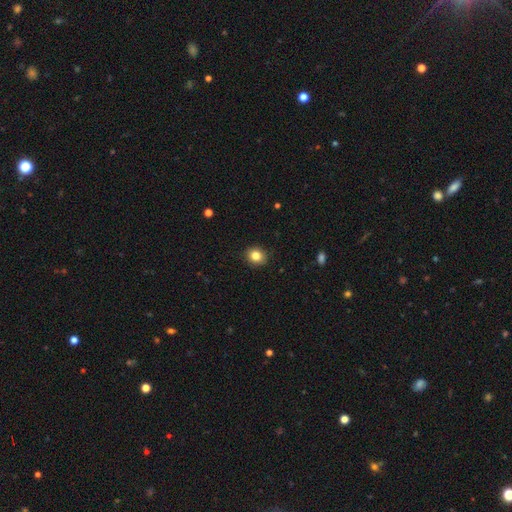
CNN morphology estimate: smooth-or-featured: smooth: 84% | star or artifact: 10% | featured or disk: 6%
  how-rounded: round: 69% | in between: 30% | cigar-shaped: 1%
  merging: none: 90% | minor disturbance: 7% | major disturbance: 2% | merger: 1%